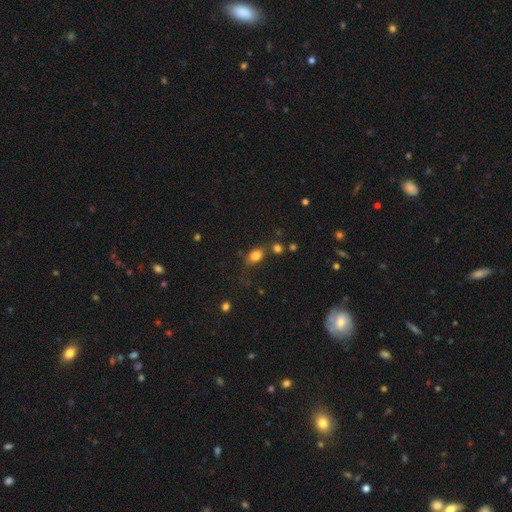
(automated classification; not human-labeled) smooth 80%, star or artifact 11%, featured or disk 8%. Down the decision tree: how rounded — in between (72%); merging — none (64%).